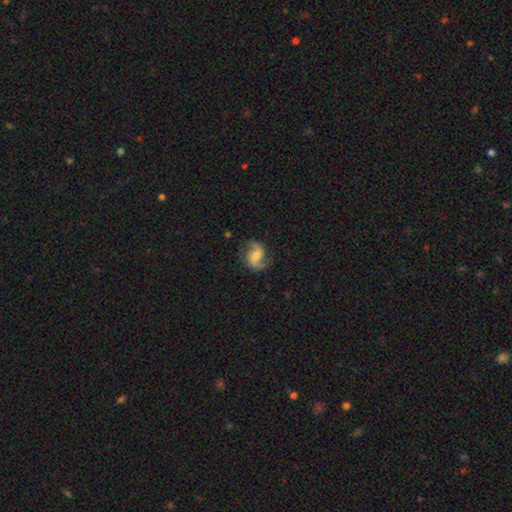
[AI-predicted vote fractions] This is clearly a featured or disk galaxy (81%). It is clearly not viewed edge-on (98%). Bar: possibly no (48%). Spiral arm pattern: clearly yes (96%). Spiral arm count: clearly 2 (89%). Spiral winding: possibly loose (46%). Central bulge: marginally moderate (43%). Merging: likely none (74%).